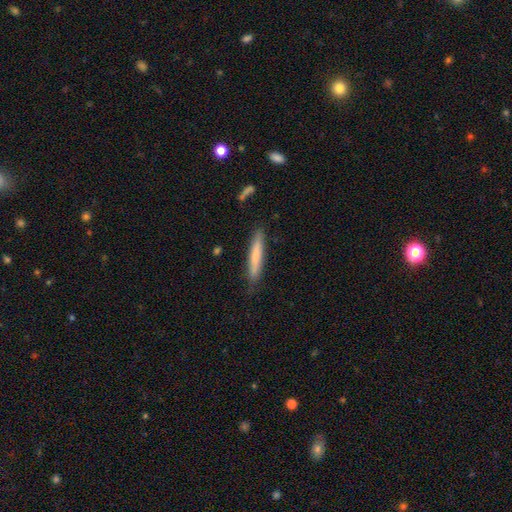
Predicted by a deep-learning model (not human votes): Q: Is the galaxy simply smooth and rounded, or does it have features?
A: smooth — 72%.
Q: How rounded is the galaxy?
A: cigar-shaped — 94%.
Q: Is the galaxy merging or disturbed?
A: none — 85%.